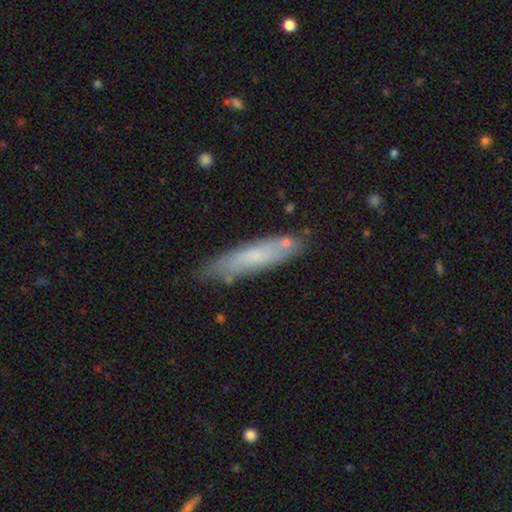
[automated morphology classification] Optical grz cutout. It shows a smooth galaxy with no disk features (65%) that is cigar-shaped (80%). Merging: none (76%).